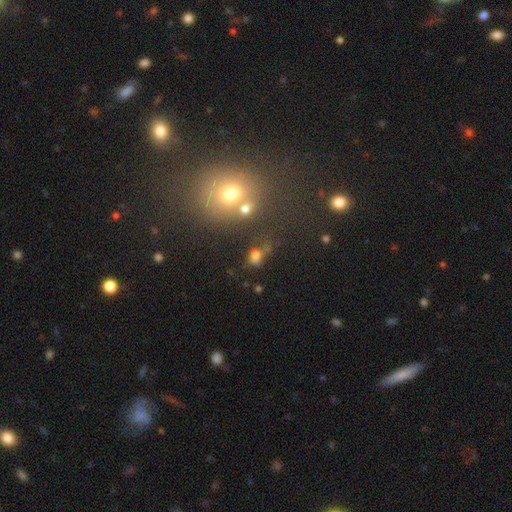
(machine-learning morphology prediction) This is likely a smooth galaxy (62%). How rounded: possibly round (51%). Merging: marginally none (41%).